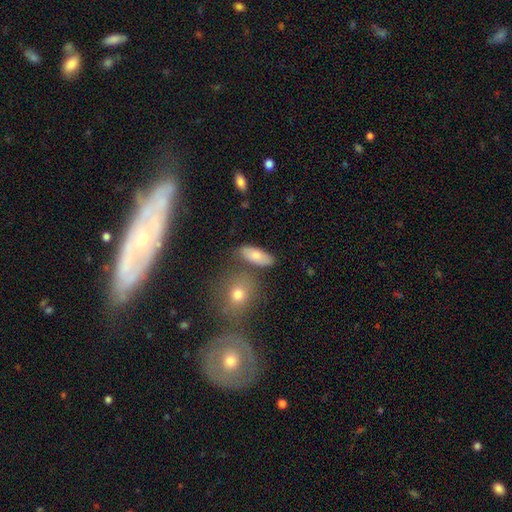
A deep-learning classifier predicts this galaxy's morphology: smooth_or_featured: smooth (p=0.78) [alt: featured or disk p=0.14]
how_rounded: in between (p=0.76) [alt: cigar-shaped p=0.17]
merging: none (p=0.72) [alt: minor disturbance p=0.13]